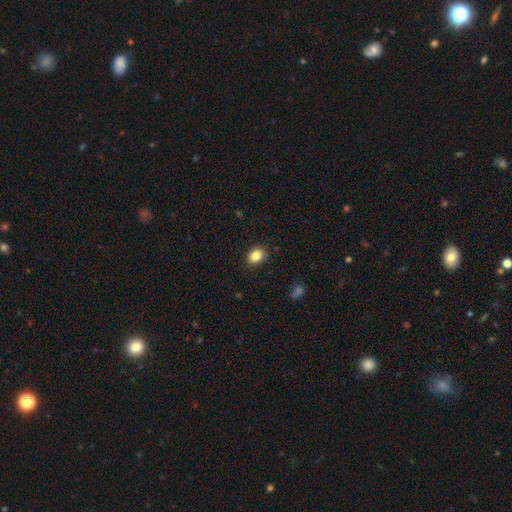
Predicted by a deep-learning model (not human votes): A smooth galaxy with no disk features (85%) that is in between round and cigar-shaped (56%). Merging: none (88%).